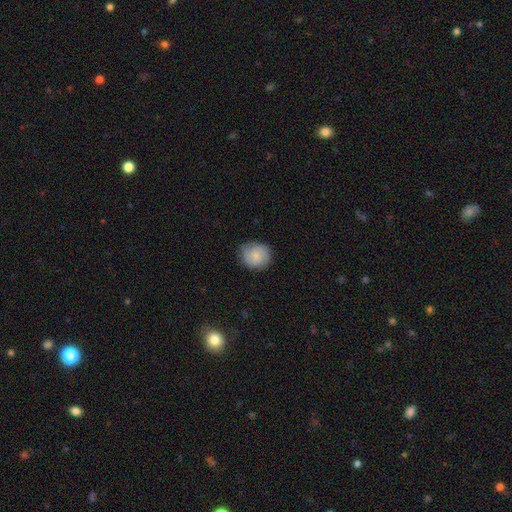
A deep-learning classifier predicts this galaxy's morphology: type=smooth (69%); roundness=round (82%); merging=none (77%).